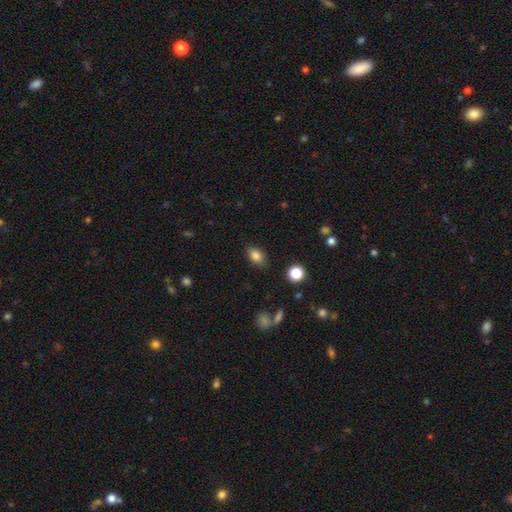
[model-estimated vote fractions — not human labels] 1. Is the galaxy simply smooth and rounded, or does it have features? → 84% smooth, 10% star or artifact, 6% featured or disk.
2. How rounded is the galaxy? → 84% in between, 14% round, 2% cigar-shaped.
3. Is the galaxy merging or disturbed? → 83% none, 12% minor disturbance, 3% major disturbance, 2% merger.